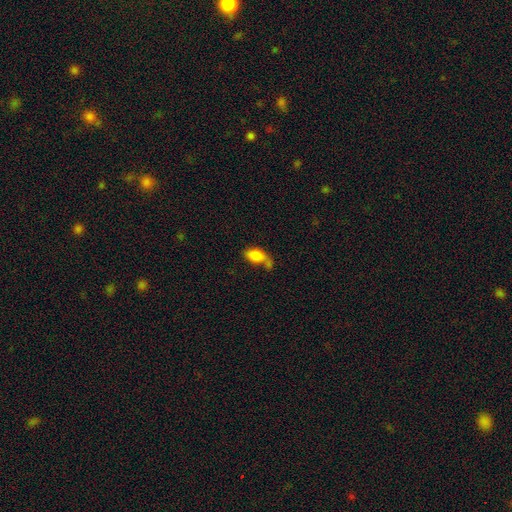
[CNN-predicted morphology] A smooth galaxy with no disk features (79%) that is in between round and cigar-shaped (87%). Merging: none (35%).